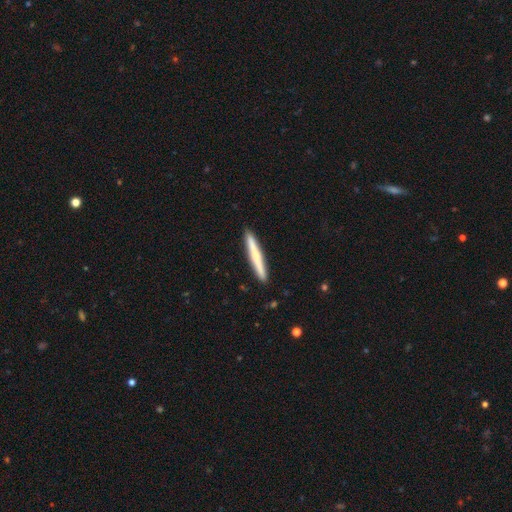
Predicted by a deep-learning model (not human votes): Smooth or featured? Predicted: smooth (p=0.62). How rounded? Predicted: cigar-shaped (p=0.97). Merging? Predicted: none (p=0.92).